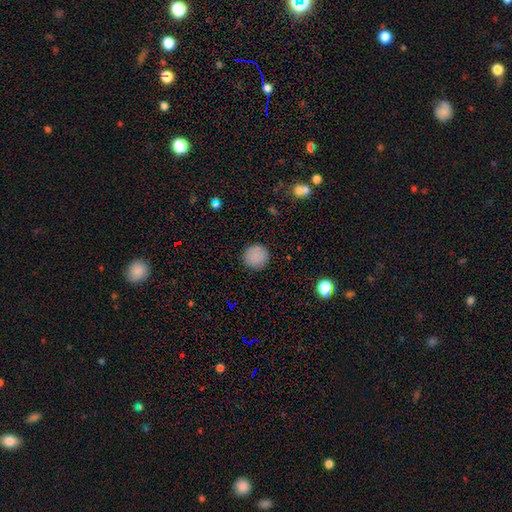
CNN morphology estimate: Smooth or featured?
  - smooth: 87% *
  - star or artifact: 9%
  - featured or disk: 4%
How rounded?
  - round: 95% *
  - in between: 4%
  - cigar-shaped: 1%
Merging?
  - none: 90% *
  - minor disturbance: 7%
  - major disturbance: 2%
  - merger: 1%